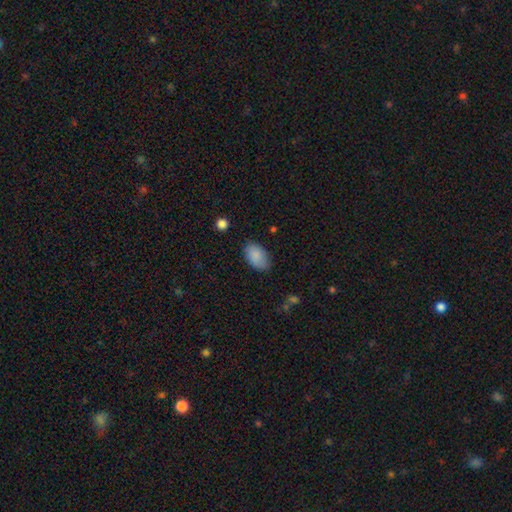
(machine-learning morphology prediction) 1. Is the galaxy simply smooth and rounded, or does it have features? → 88% smooth, 7% star or artifact, 5% featured or disk.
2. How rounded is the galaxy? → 92% in between, 7% round, 1% cigar-shaped.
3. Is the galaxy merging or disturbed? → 78% none, 17% minor disturbance, 4% major disturbance, 1% merger.